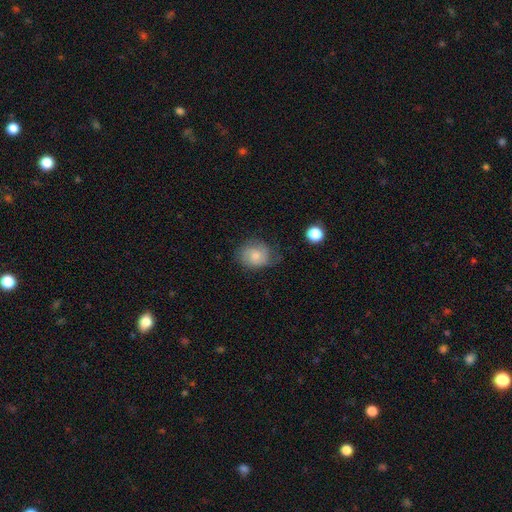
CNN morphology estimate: A smooth galaxy with no disk features (62%) that is round (62%).

Vote fractions:
- Smooth or featured? smooth: 62% / featured or disk: 30% / star or artifact: 9%
- How rounded? round: 62% / in between: 37% / cigar-shaped: 1%
- Merging? none: 58% / minor disturbance: 29% / major disturbance: 11% / merger: 2%